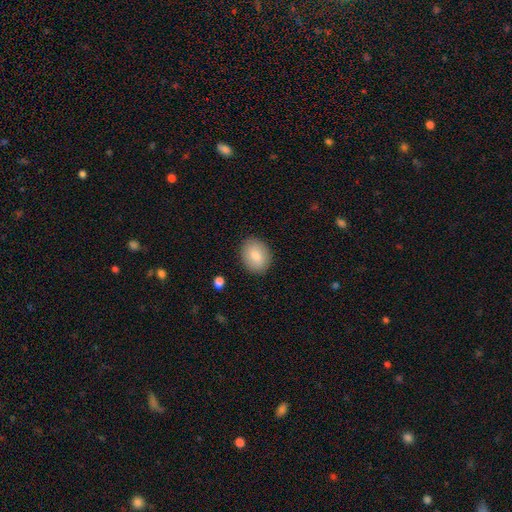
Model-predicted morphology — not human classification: Overall: smooth (81%). How rounded: in between (62%; round 37%). Merging: none (87%).